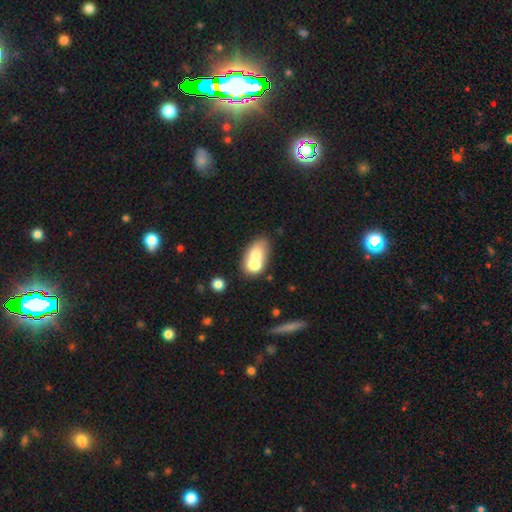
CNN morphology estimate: The model was most divided on "merging": merger: 61%, none: 24%, minor disturbance: 9%, major disturbance: 6%. More confident: how rounded — in between (74%); smooth or featured — smooth (67%).